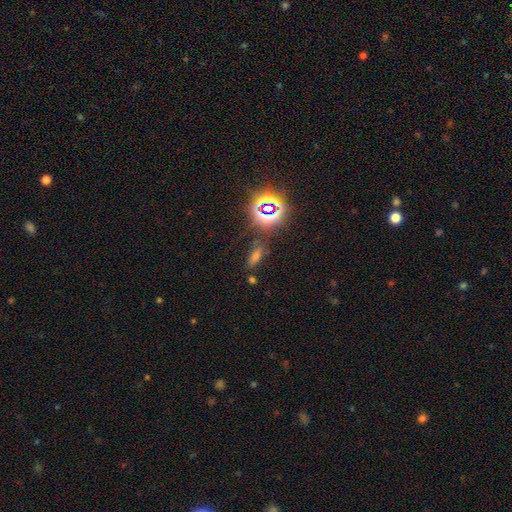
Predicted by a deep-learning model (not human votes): smooth 44% (tied), star or artifact 44% (tied), featured or disk 12%. Down the decision tree: merging — none (75%).